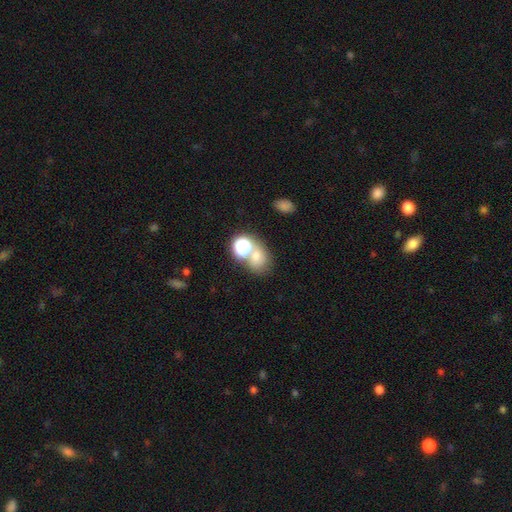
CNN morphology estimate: This is possibly a smooth galaxy (59%). How rounded: possibly round (56%). Merging: possibly none (48%).